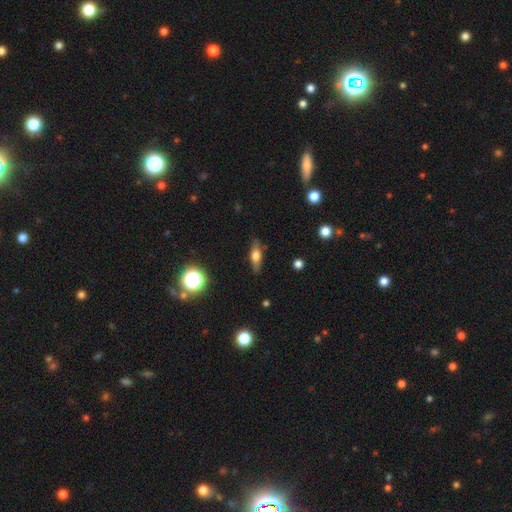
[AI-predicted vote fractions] smooth-or-featured: smooth: 53% | featured or disk: 37% | star or artifact: 10%
  how-rounded: in between: 53% | cigar-shaped: 40% | round: 7%
  merging: none: 83% | minor disturbance: 12% | major disturbance: 3% | merger: 1%